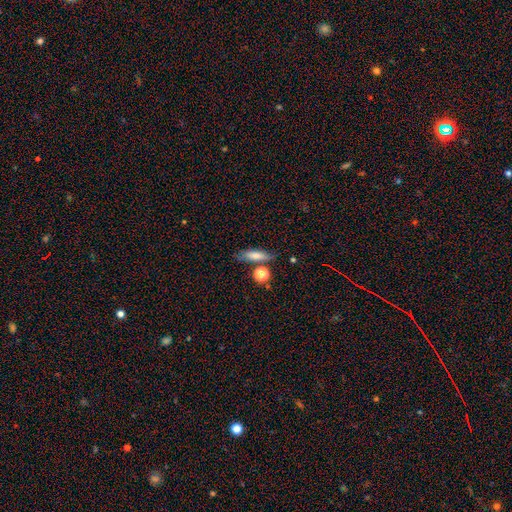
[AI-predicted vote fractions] Smooth or featured: smooth — 75% (featured or disk — 16%)
How rounded: cigar-shaped — 52% (in between — 40%)
Merging: none — 66% (minor disturbance — 16%)